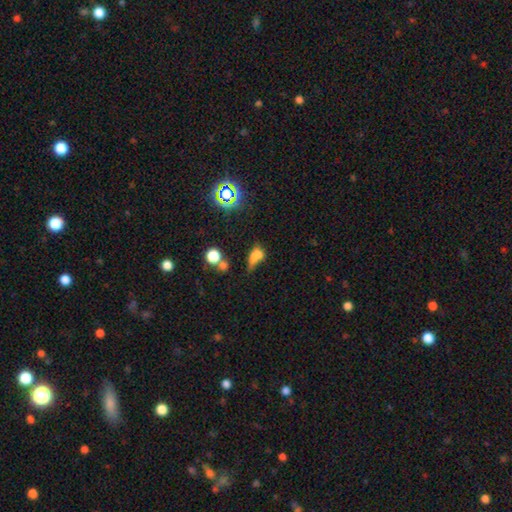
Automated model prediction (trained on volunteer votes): Morphology: type=smooth (60%); roundness=in between (69%); merging=major disturbance (29%).